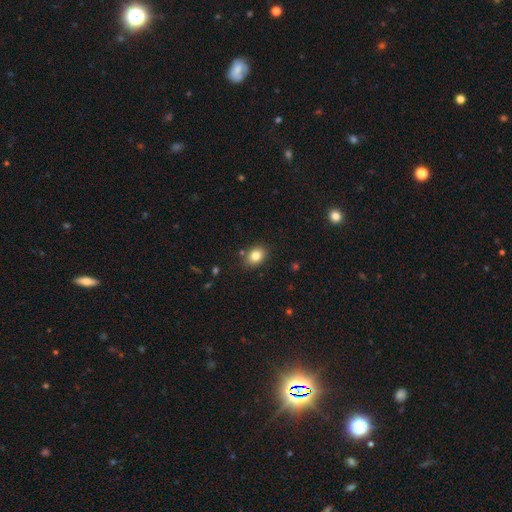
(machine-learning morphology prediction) Smooth or featured: smooth — 83% (star or artifact — 10%)
How rounded: in between — 60% (round — 39%)
Merging: none — 84% (minor disturbance — 11%)